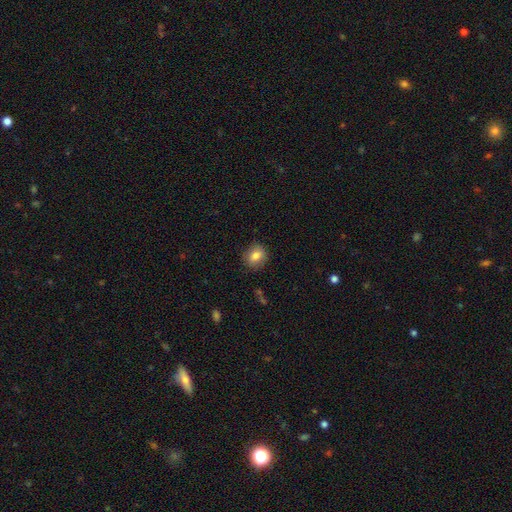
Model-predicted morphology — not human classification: Overall: smooth (83%). How rounded: round (64%; in between 35%). Merging: none (85%).